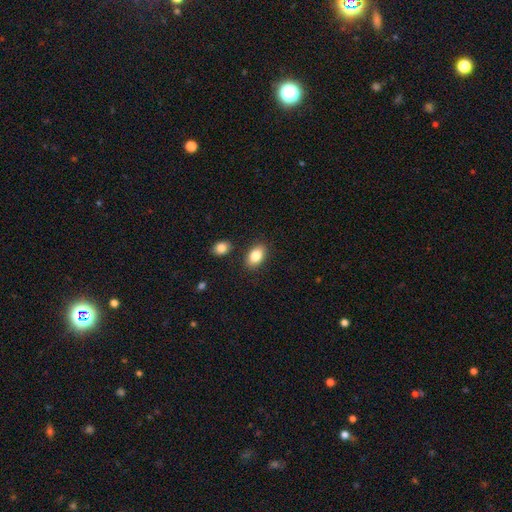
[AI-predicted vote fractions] smooth_or_featured: smooth (p=0.85) [alt: featured or disk p=0.08]
how_rounded: in between (p=0.89) [alt: round p=0.10]
merging: none (p=0.85) [alt: minor disturbance p=0.09]